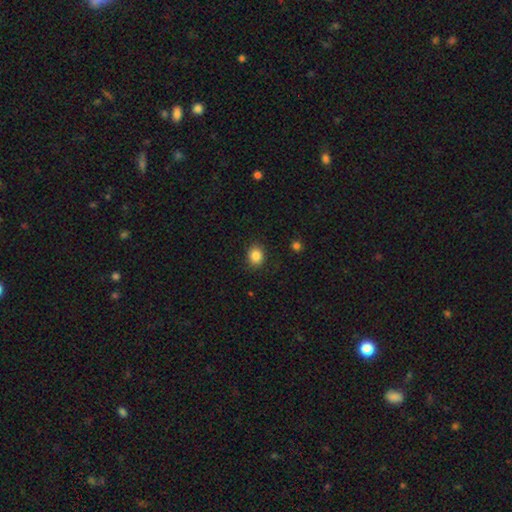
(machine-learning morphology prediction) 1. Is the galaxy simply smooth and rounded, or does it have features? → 85% smooth, 10% star or artifact, 5% featured or disk.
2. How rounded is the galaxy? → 59% round, 40% in between, 1% cigar-shaped.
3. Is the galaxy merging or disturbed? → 87% none, 9% minor disturbance, 3% major disturbance, 1% merger.